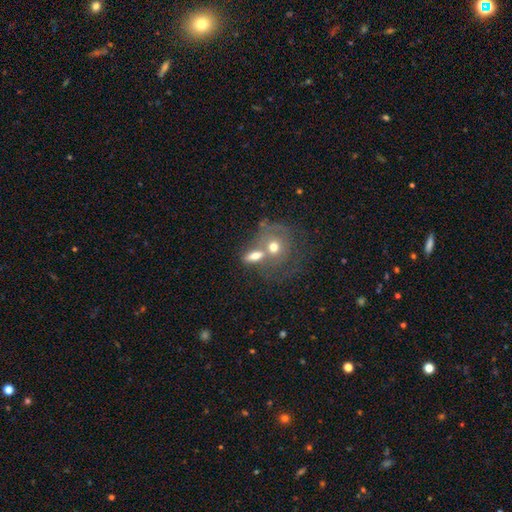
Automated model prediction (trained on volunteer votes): Smooth or featured? Predicted: smooth (p=0.60). How rounded? Predicted: in between (p=0.62). Merging? Predicted: merger (p=0.54).